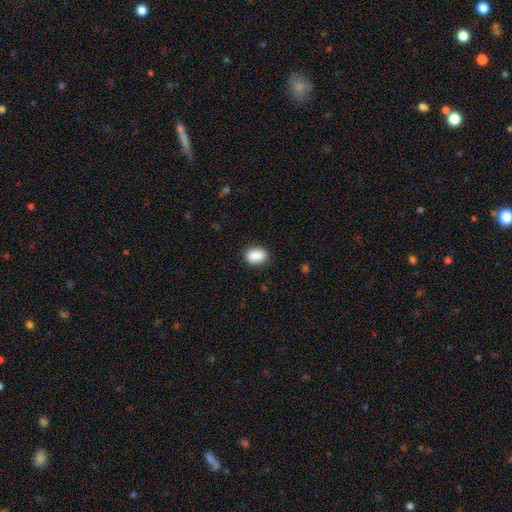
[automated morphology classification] This appears to be a smooth galaxy with no disk features (90%) that is in between round and cigar-shaped (79%). Merging: none (87%).